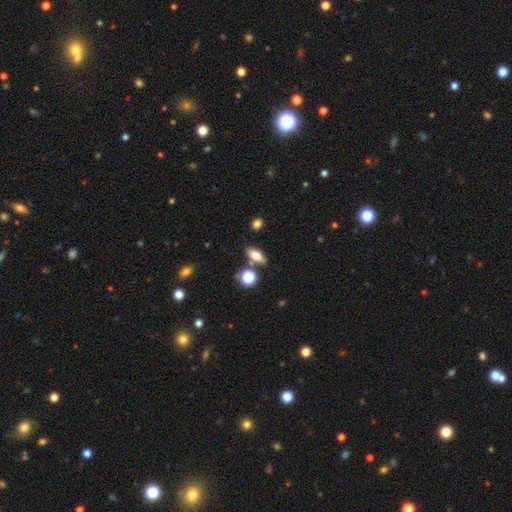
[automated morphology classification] Smooth or featured? Predicted: smooth (p=0.69). How rounded? Predicted: in between (p=0.73). Merging? Predicted: none (p=0.76).